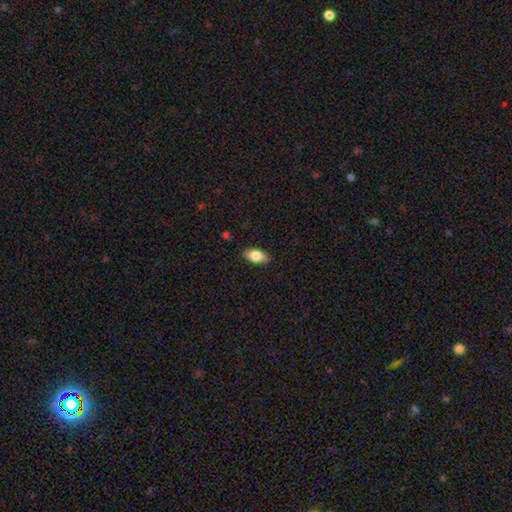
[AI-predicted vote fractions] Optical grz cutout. It shows a smooth galaxy with no disk features (82%) that is in between round and cigar-shaped (91%). Merging: none (85%).